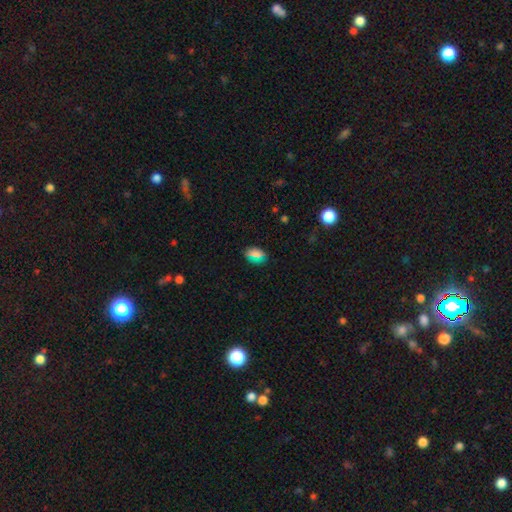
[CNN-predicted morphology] smooth-or-featured: smooth: 70% | star or artifact: 19% | featured or disk: 10%
  how-rounded: in between: 81% | round: 16% | cigar-shaped: 3%
  merging: none: 80% | minor disturbance: 14% | major disturbance: 3% | merger: 2%